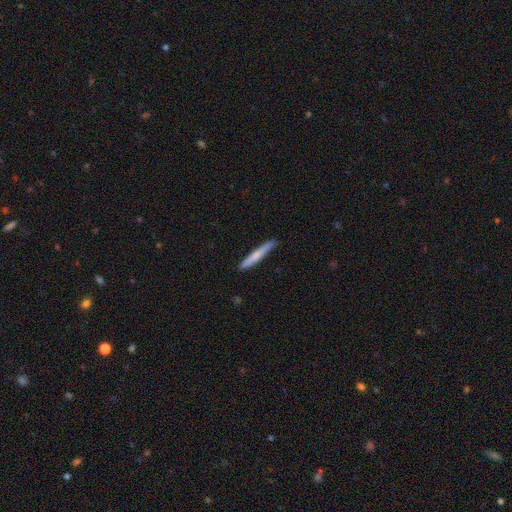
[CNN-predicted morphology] A smooth galaxy with no disk features (65%) that is cigar-shaped (96%).

Vote fractions:
- Smooth or featured? smooth: 65% / featured or disk: 29% / star or artifact: 5%
- How rounded? cigar-shaped: 96% / in between: 3% / round: 1%
- Merging? none: 87% / minor disturbance: 10% / major disturbance: 2% / merger: 1%